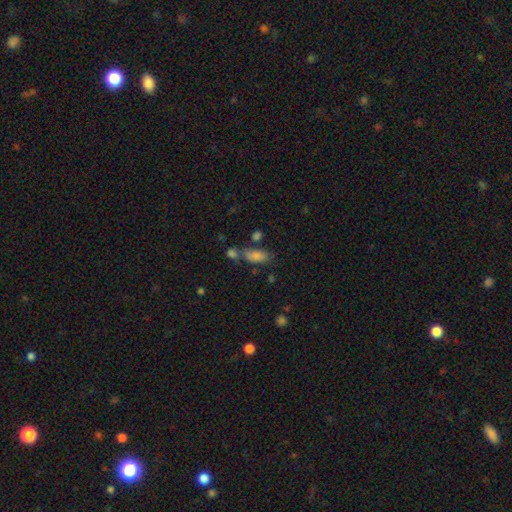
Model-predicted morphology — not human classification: Smooth or featured? smooth (72%)
How rounded? in between (83%)
Merging? none (57%)